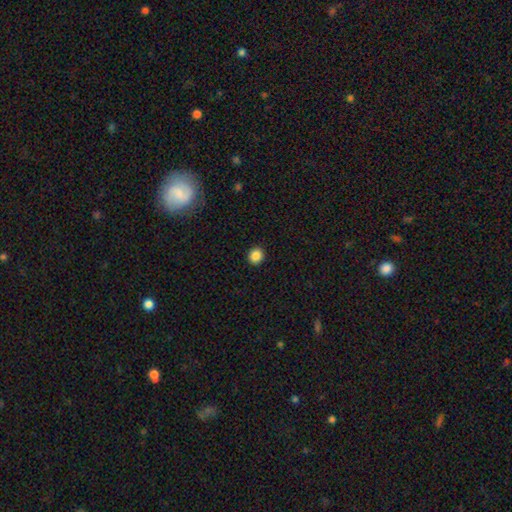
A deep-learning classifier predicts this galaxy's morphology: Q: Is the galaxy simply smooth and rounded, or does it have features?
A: smooth — 86%.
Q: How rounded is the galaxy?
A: round — 84%.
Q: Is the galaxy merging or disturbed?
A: none — 93%.